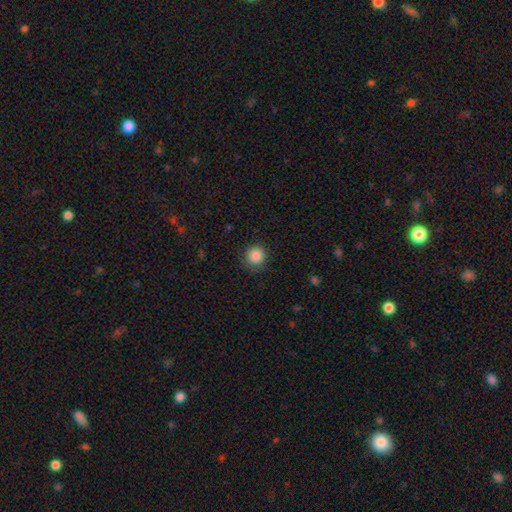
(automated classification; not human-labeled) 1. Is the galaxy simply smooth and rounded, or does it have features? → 87% smooth, 10% star or artifact, 3% featured or disk.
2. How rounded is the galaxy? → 93% round, 6% in between, 1% cigar-shaped.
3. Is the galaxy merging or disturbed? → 86% none, 10% minor disturbance, 3% major disturbance, 1% merger.